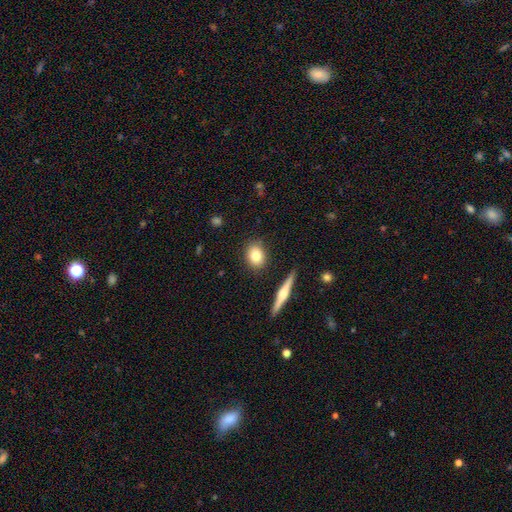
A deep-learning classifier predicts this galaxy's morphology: The model was most divided on "how rounded": in between: 56%, round: 40%, cigar-shaped: 3%. More confident: merging — none (86%); smooth or featured — smooth (79%).